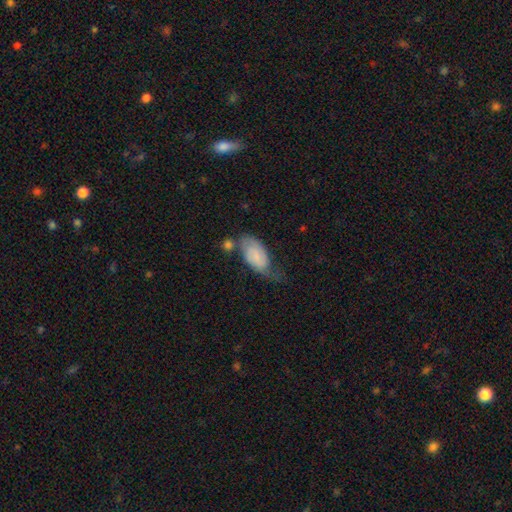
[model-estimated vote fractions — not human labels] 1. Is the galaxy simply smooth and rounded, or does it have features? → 54% smooth, 38% featured or disk, 7% star or artifact.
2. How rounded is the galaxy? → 90% in between, 5% cigar-shaped, 4% round.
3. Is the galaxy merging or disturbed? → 34% none, 28% minor disturbance, 20% major disturbance, 18% merger.